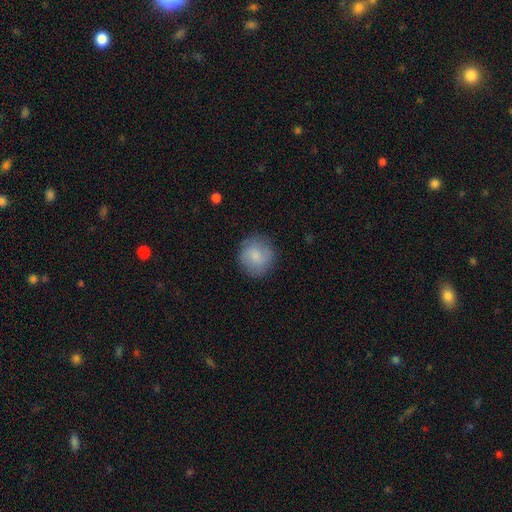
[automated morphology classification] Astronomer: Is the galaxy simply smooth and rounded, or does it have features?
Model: smooth — 76%.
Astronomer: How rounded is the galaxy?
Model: round — 89%.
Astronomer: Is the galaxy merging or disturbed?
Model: none — 83%.